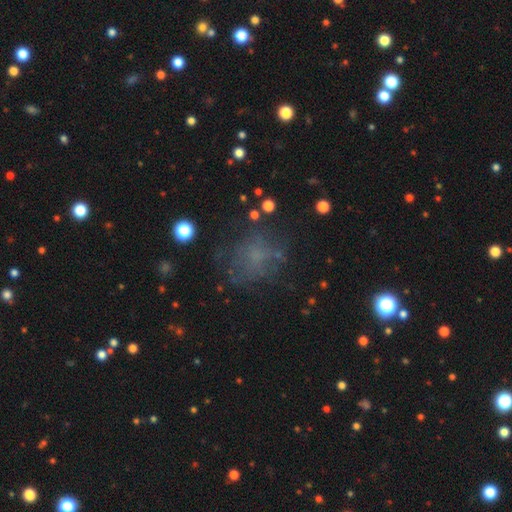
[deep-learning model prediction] Smooth or featured? smooth (51%)
How rounded? round (60%)
Merging? none (61%)